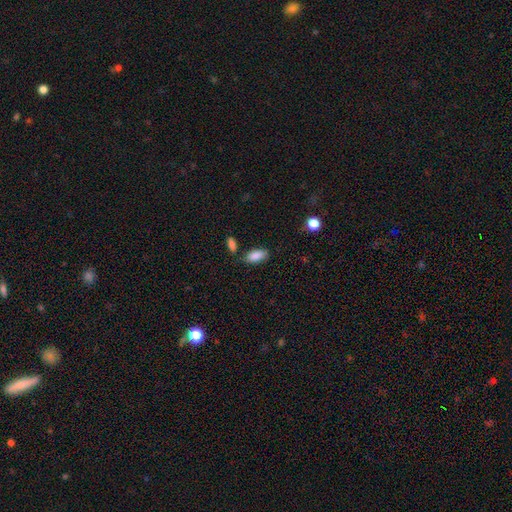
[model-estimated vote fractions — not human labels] This appears to be a smooth galaxy with no disk features (88%) that is in between round and cigar-shaped (90%). Merging: none (74%).